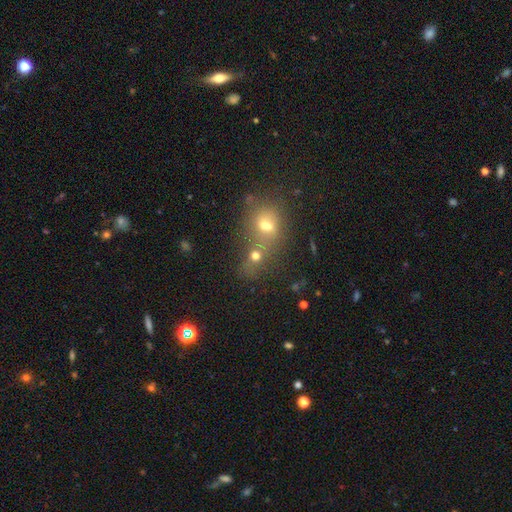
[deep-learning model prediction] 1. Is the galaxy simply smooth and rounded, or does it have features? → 56% smooth, 26% star or artifact, 18% featured or disk.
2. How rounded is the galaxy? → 62% round, 36% in between, 2% cigar-shaped.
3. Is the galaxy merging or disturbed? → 57% merger, 31% none, 7% minor disturbance, 5% major disturbance.